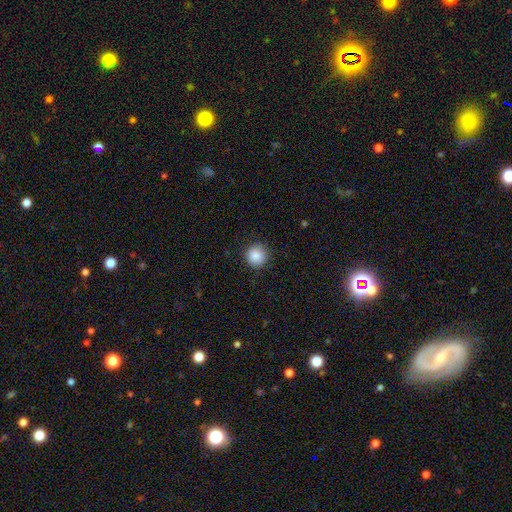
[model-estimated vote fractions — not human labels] This is clearly a smooth galaxy (87%). How rounded: clearly round (93%). Merging: clearly none (89%).